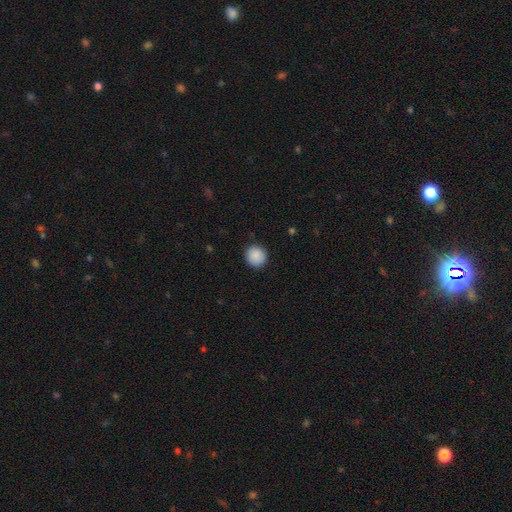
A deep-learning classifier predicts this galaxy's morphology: Smooth or featured? Predicted: smooth (p=0.90). How rounded? Predicted: round (p=0.92). Merging? Predicted: none (p=0.90).